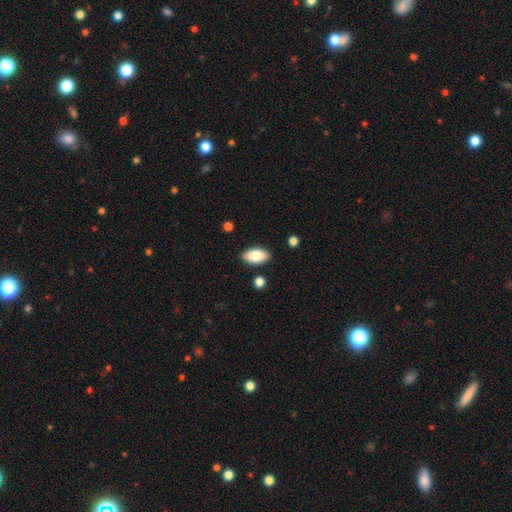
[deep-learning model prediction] Smooth or featured? Predicted: smooth (p=0.83). How rounded? Predicted: in between (p=0.93). Merging? Predicted: none (p=0.87).